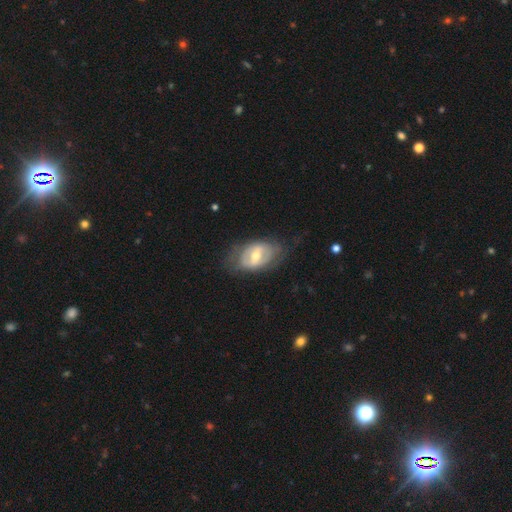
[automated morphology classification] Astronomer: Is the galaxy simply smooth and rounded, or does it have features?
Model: featured or disk — 66%.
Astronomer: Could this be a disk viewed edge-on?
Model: no — 93%.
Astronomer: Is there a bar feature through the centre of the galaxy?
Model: weak — 42% (runner-up: strong, 37%).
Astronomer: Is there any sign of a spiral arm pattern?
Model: no — 54% (runner-up: yes, 46%).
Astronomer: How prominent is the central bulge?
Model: moderate — 70%.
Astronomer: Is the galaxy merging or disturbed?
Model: none — 66%.